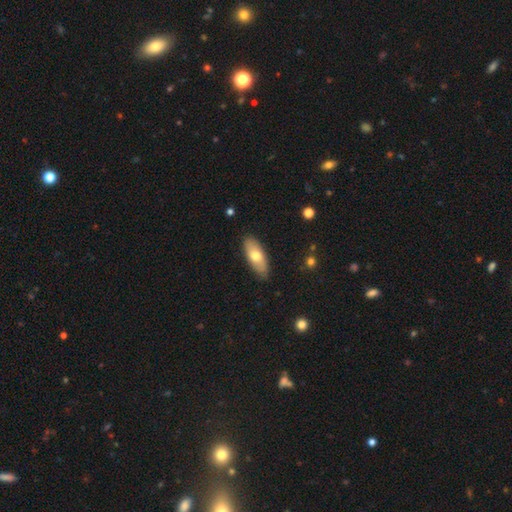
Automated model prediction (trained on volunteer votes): smooth_or_featured: smooth (p=0.68) [alt: featured or disk p=0.27]
how_rounded: in between (p=0.78) [alt: cigar-shaped p=0.20]
merging: none (p=0.86) [alt: minor disturbance p=0.11]